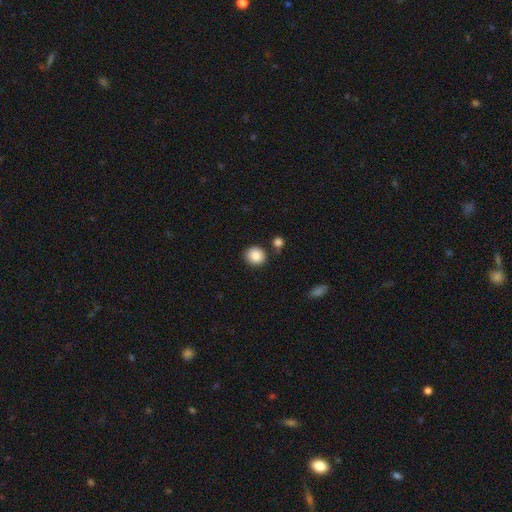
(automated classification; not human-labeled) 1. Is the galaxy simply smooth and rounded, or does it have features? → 88% smooth, 8% star or artifact, 4% featured or disk.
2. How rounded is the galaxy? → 86% round, 13% in between, 1% cigar-shaped.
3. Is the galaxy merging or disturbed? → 83% none, 8% minor disturbance, 6% merger, 3% major disturbance.